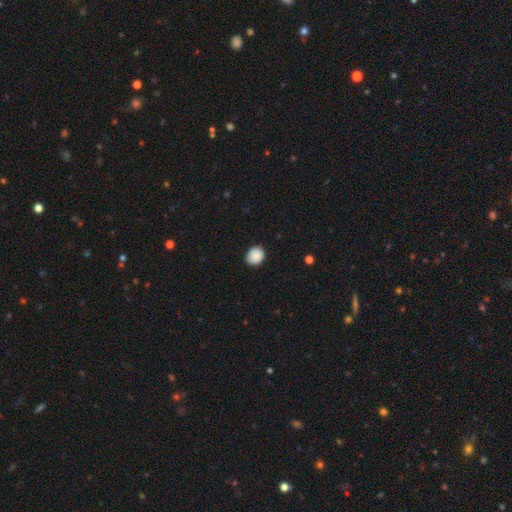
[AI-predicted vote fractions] Smooth or featured? smooth (87%)
How rounded? round (69%)
Merging? none (86%)